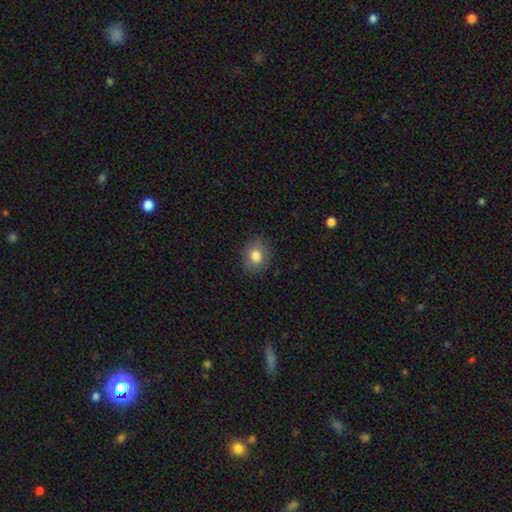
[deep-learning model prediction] Smooth or featured: smooth — 81% (featured or disk — 9%)
How rounded: round — 63% (in between — 36%)
Merging: none — 84% (minor disturbance — 12%)